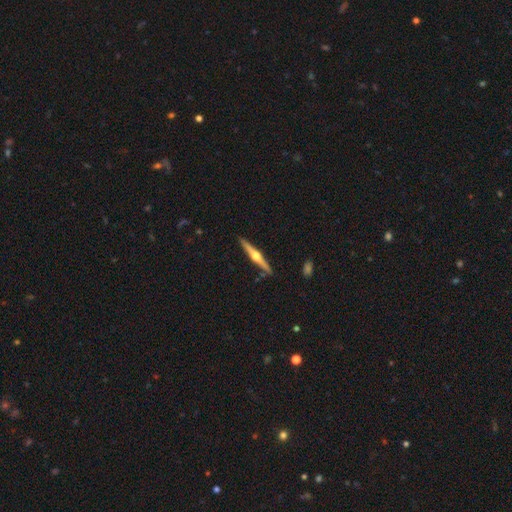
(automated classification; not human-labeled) Smooth or featured? Predicted: featured or disk (p=0.78). Edge-on disk? Predicted: yes (p=0.98). Edge-on bulge? Predicted: rounded (p=0.95). Merging? Predicted: none (p=0.90).